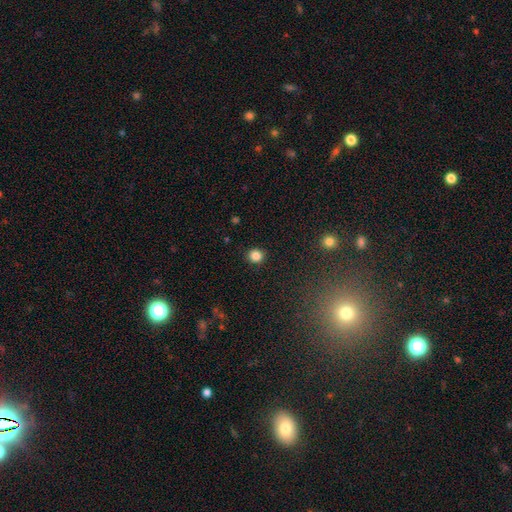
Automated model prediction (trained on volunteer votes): smooth-or-featured: smooth: 85% | star or artifact: 11% | featured or disk: 4%
  how-rounded: round: 86% | in between: 13% | cigar-shaped: 1%
  merging: none: 91% | minor disturbance: 6% | major disturbance: 2% | merger: 1%